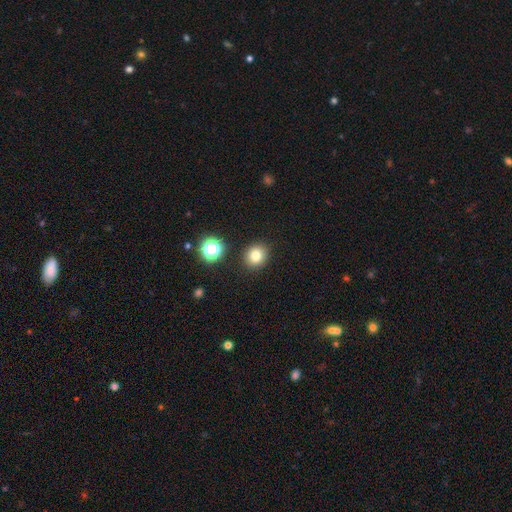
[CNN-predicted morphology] A smooth galaxy with no disk features (78%) that is round (80%).

Vote fractions:
- Smooth or featured? smooth: 78% / star or artifact: 14% / featured or disk: 8%
- How rounded? round: 80% / in between: 19% / cigar-shaped: 1%
- Merging? none: 88% / minor disturbance: 7% / merger: 3% / major disturbance: 2%